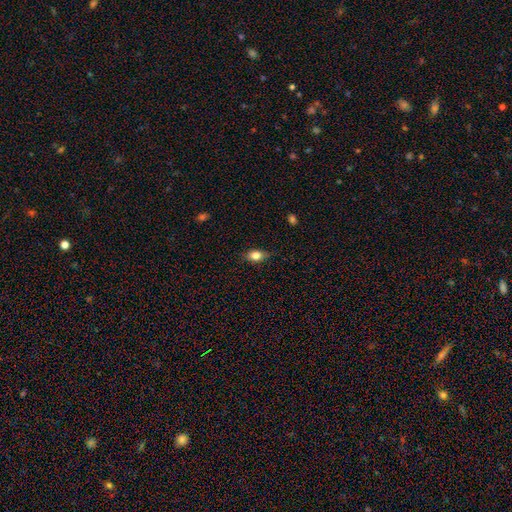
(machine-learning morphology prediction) Smooth or featured? smooth (78%)
How rounded? in between (78%)
Merging? none (78%)